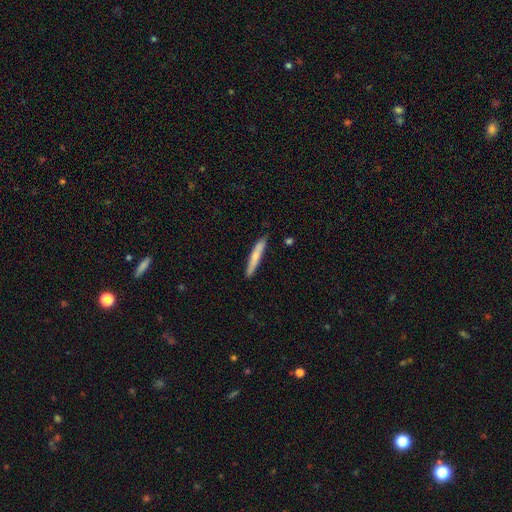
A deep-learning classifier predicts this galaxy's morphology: Smooth or featured: smooth — 68% (featured or disk — 27%)
How rounded: cigar-shaped — 95% (in between — 4%)
Merging: none — 84% (minor disturbance — 12%)